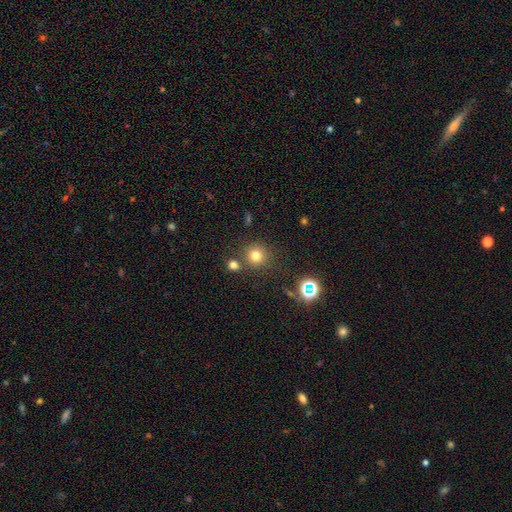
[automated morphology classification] Smooth or featured?
  - smooth: 74% *
  - star or artifact: 19%
  - featured or disk: 7%
How rounded?
  - round: 92% *
  - in between: 7%
  - cigar-shaped: 1%
Merging?
  - none: 78% *
  - merger: 10%
  - minor disturbance: 8%
  - major disturbance: 4%